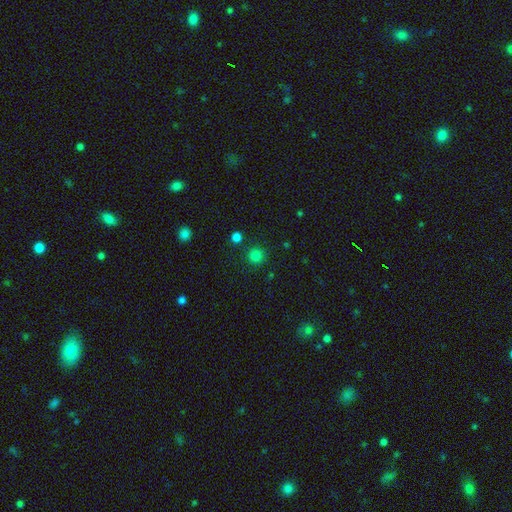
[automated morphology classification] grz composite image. It shows a smooth galaxy with no disk features (80%) that is round (94%). Merging: none (88%).